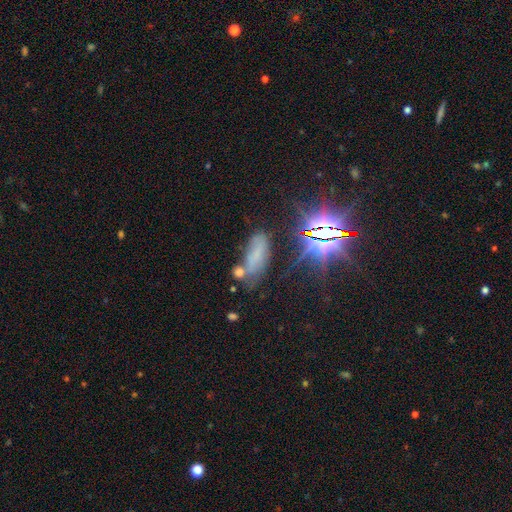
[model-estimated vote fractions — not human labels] smooth_or_featured: smooth (p=0.41) [alt: star or artifact p=0.37]
merging: none (p=0.49) [alt: minor disturbance p=0.22]